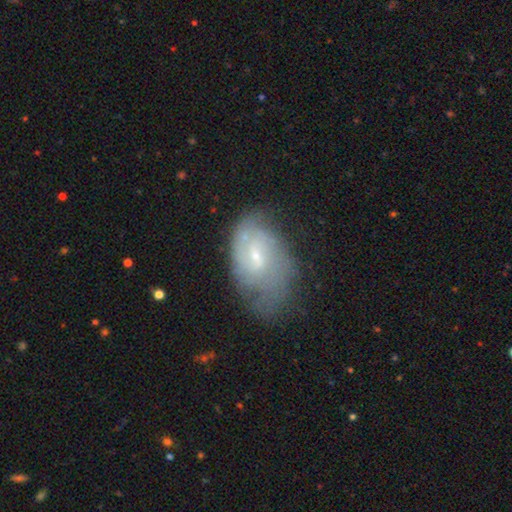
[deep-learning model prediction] Q: Smooth or featured?
A: featured or disk (65%); runner-up: smooth (26%)
Q: Edge-on disk?
A: no (95%); runner-up: yes (5%)
Q: Bar?
A: weak (55%); runner-up: no (36%)
Q: Spiral arms?
A: yes (82%); runner-up: no (18%)
Q: Spiral winding?
A: tight (46%); runner-up: medium (38%)
Q: Spiral arm count?
A: can't tell (45%); runner-up: 2 (34%)
Q: Bulge size?
A: small (66%); runner-up: moderate (28%)
Q: Merging?
A: none (47%); runner-up: minor disturbance (32%)